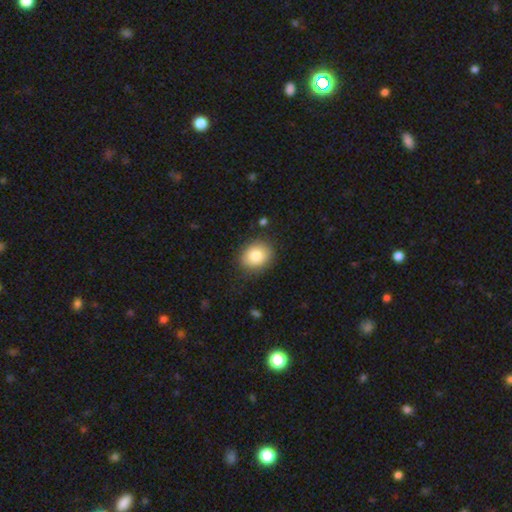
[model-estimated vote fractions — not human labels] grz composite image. It shows a smooth galaxy with no disk features (83%) that is round (57%). Merging: none (84%).